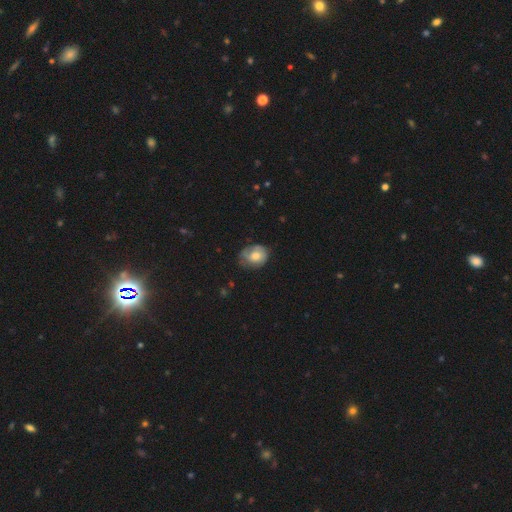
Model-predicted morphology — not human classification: Smooth or featured?
  - smooth: 61% *
  - featured or disk: 32%
  - star or artifact: 8%
How rounded?
  - round: 55% *
  - in between: 44%
  - cigar-shaped: 1%
Merging?
  - none: 58% *
  - minor disturbance: 30%
  - major disturbance: 11%
  - merger: 1%